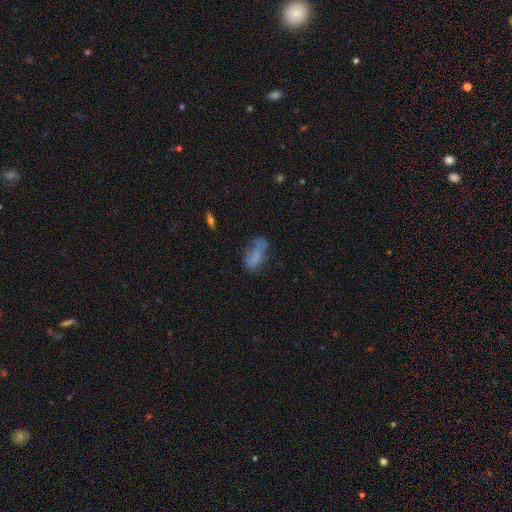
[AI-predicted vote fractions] Smooth or featured?
  - smooth: 68% *
  - featured or disk: 21%
  - star or artifact: 11%
How rounded?
  - in between: 83% *
  - cigar-shaped: 14%
  - round: 4%
Merging?
  - none: 51% *
  - minor disturbance: 29%
  - major disturbance: 16%
  - merger: 4%